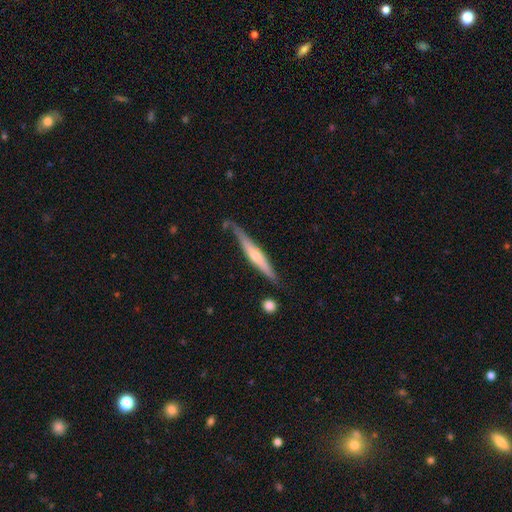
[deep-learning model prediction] Smooth or featured? Predicted: featured or disk (p=0.63). Edge-on disk? Predicted: yes (p=0.95). Edge-on bulge? Predicted: rounded (p=0.77). Merging? Predicted: none (p=0.71).